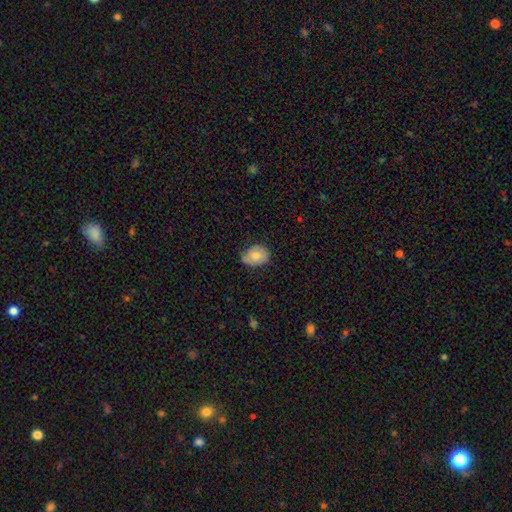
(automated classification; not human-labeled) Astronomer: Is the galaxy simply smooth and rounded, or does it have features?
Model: smooth — 74%.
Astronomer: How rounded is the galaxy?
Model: in between — 69%.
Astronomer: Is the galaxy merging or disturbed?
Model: none — 62%.